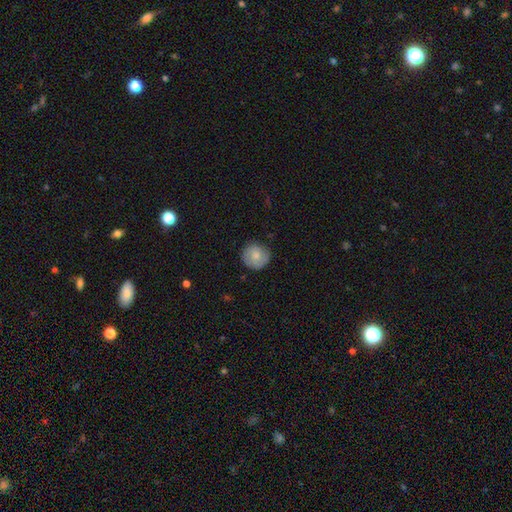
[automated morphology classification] This is likely a smooth galaxy (71%). How rounded: clearly round (93%). Merging: clearly none (85%).